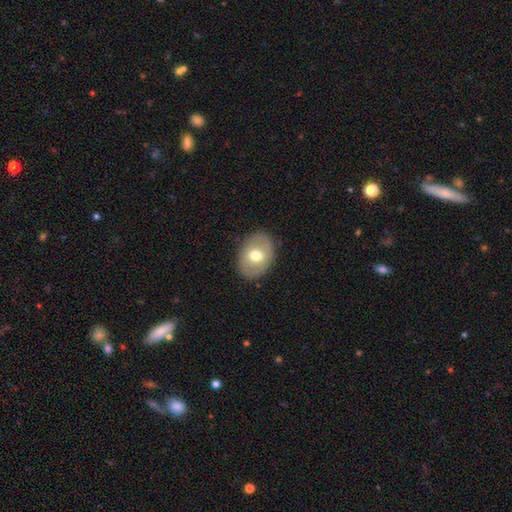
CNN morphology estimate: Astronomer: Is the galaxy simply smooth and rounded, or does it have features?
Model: smooth — 61%.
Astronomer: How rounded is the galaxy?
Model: in between — 71%.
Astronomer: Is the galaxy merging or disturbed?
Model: none — 85%.